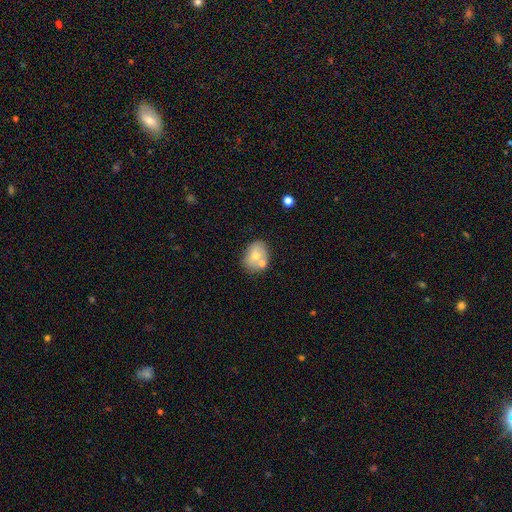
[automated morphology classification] type=smooth (65%); roundness=in between (64%); merging=none (58%).